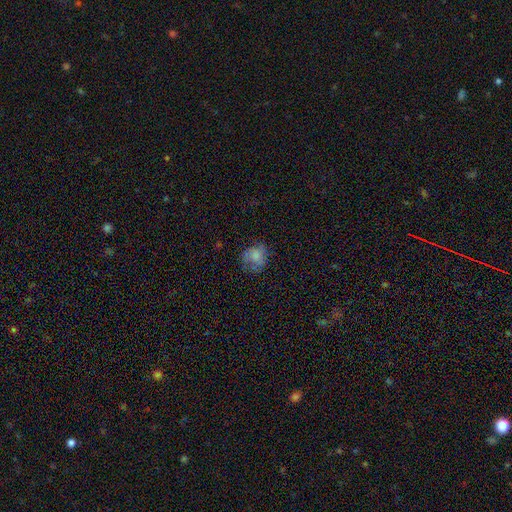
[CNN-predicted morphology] This is likely a smooth galaxy (68%). How rounded: likely round (71%). Merging: possibly none (59%).